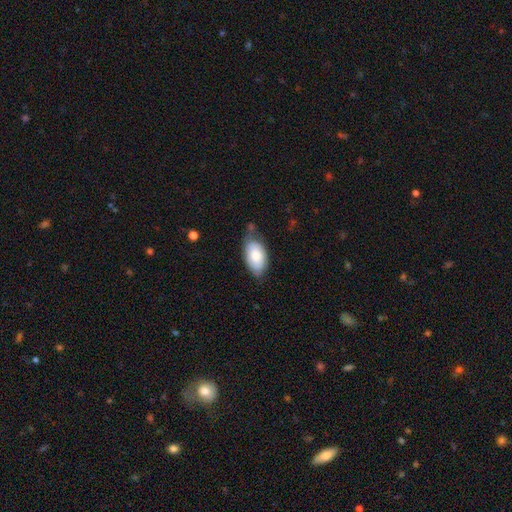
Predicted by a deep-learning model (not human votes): This appears to be a smooth galaxy with no disk features (78%) that is in between round and cigar-shaped (94%). Merging: none (59%).